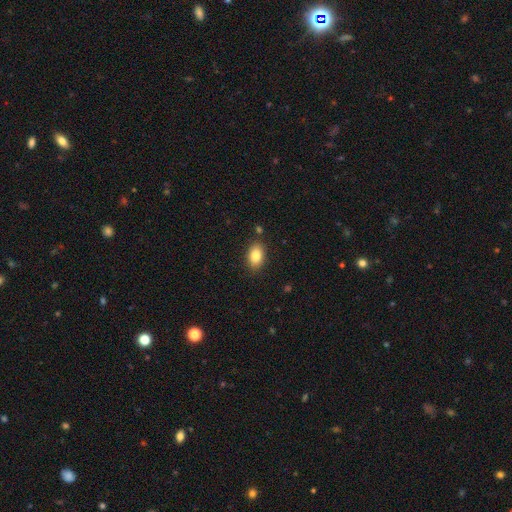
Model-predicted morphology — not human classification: smooth_or_featured: smooth (p=0.84) [alt: star or artifact p=0.08]
how_rounded: in between (p=0.88) [alt: round p=0.10]
merging: none (p=0.86) [alt: minor disturbance p=0.10]